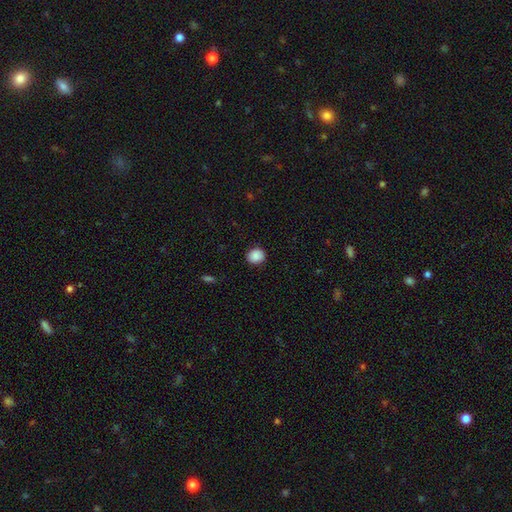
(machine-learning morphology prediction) smooth 88%, star or artifact 8%, featured or disk 4%. Down the decision tree: how rounded — round (76%); merging — none (89%).